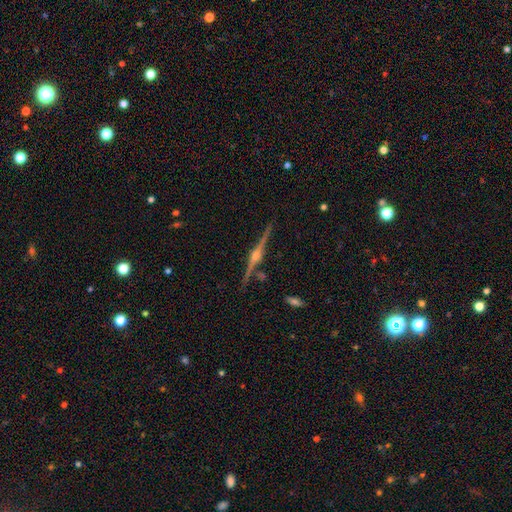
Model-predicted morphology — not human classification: featured or disk 90%, star or artifact 6%, smooth 5%. Down the decision tree: edge-on disk — yes (98%); edge-on bulge — rounded (94%); merging — none (89%).